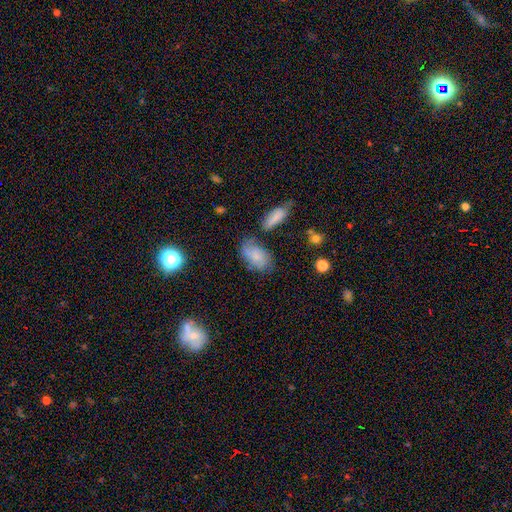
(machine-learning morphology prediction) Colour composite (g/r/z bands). It shows a smooth galaxy with no disk features (57%) that is in between round and cigar-shaped (88%). Merging: none (51%).